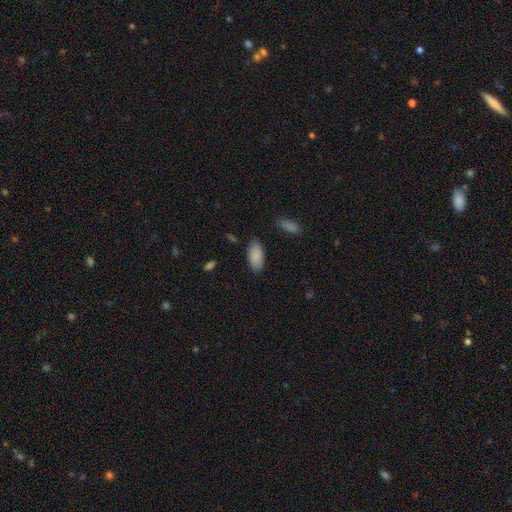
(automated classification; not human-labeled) This appears to be a smooth galaxy with no disk features (88%) that is in between round and cigar-shaped (93%). Merging: none (83%).